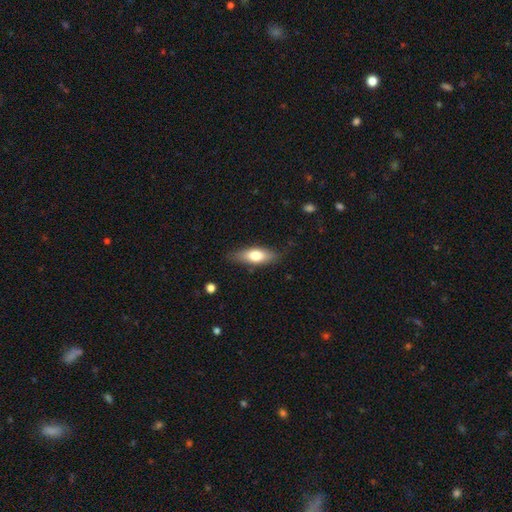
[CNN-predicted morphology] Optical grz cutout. It shows a smooth galaxy with no disk features (69%) that is in between round and cigar-shaped (64%). Merging: none (81%).